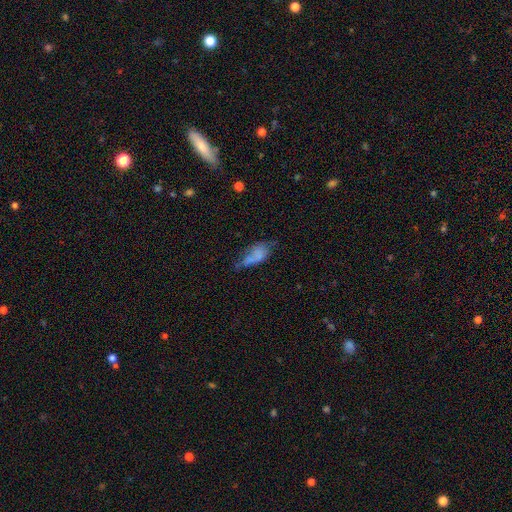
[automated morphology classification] Overall: smooth (60%; featured or disk 28%). How rounded: in between (82%). Merging: minor disturbance (31%; none 30%).